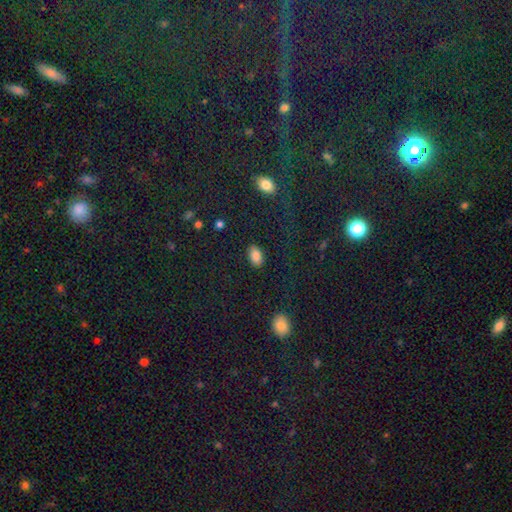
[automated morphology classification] A smooth galaxy with no disk features (86%) that is in between round and cigar-shaped (91%).

Vote fractions:
- Smooth or featured? smooth: 86% / star or artifact: 9% / featured or disk: 5%
- How rounded? in between: 91% / round: 7% / cigar-shaped: 2%
- Merging? none: 87% / minor disturbance: 9% / major disturbance: 2% / merger: 1%